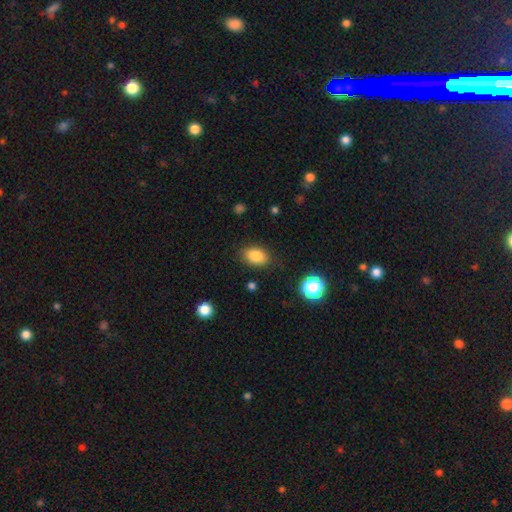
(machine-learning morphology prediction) Overall: smooth (84%). How rounded: in between (83%). Merging: none (83%).